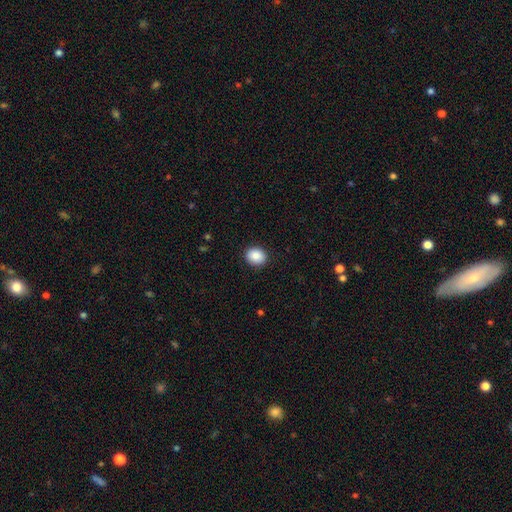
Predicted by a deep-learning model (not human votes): A smooth galaxy with no disk features (88%) that is round (58%).

Vote fractions:
- Smooth or featured? smooth: 88% / star or artifact: 8% / featured or disk: 4%
- How rounded? round: 58% / in between: 41% / cigar-shaped: 1%
- Merging? none: 90% / minor disturbance: 7% / major disturbance: 2% / merger: 1%